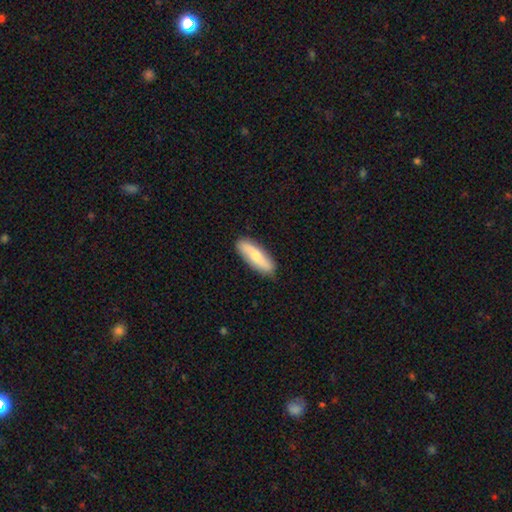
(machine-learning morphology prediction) Smooth or featured? smooth (62%)
How rounded? in between (51%)
Merging? none (87%)